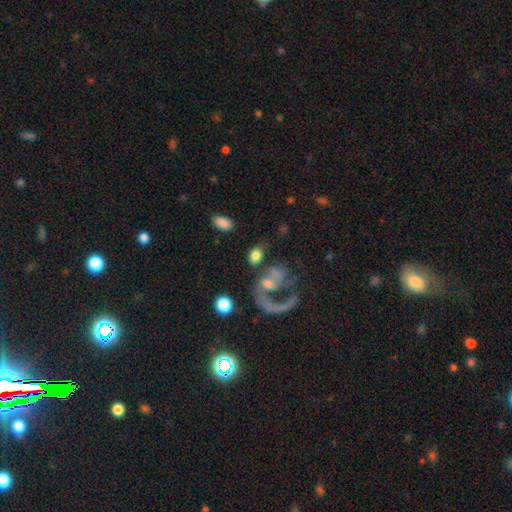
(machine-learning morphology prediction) This is likely a smooth galaxy (68%). How rounded: likely in between (79%). Merging: marginally none (41%).